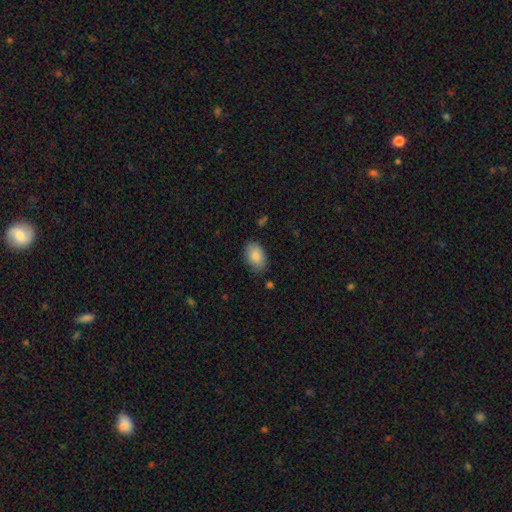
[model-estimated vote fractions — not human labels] Smooth or featured: smooth — 86% (featured or disk — 8%)
How rounded: in between — 90% (round — 9%)
Merging: none — 81% (minor disturbance — 14%)